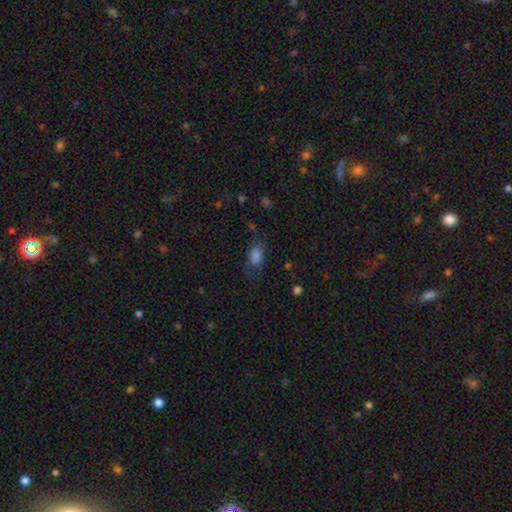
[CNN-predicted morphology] The model was most divided on "merging": none: 62%, minor disturbance: 23%, major disturbance: 12%, merger: 2%. More confident: how rounded — in between (86%); smooth or featured — smooth (78%).